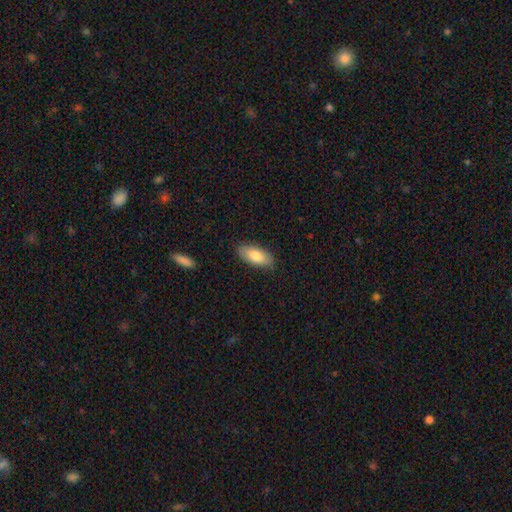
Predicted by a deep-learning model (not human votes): The model was most divided on "smooth or featured": smooth: 82%, featured or disk: 12%, star or artifact: 6%. More confident: how rounded — in between (88%); merging — none (86%).